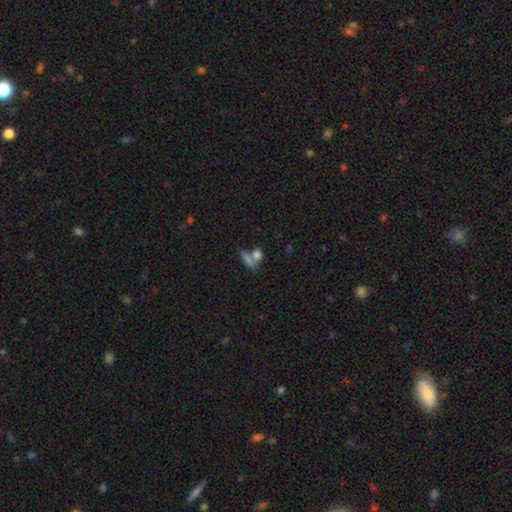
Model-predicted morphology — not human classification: Overall: smooth (75%). How rounded: in between (56%; round 31%). Merging: merger (45%; none 39%).